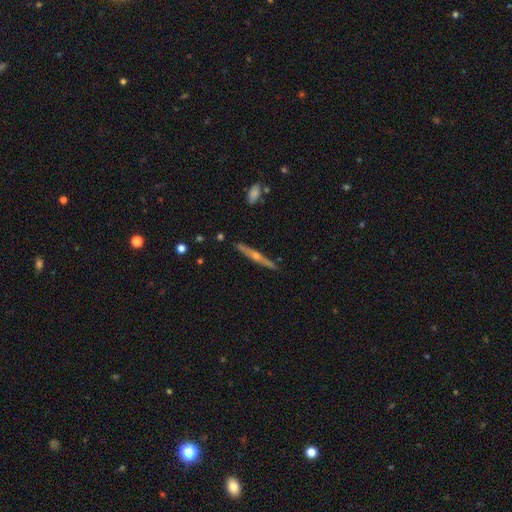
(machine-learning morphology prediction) smooth-or-featured: featured or disk: 65% | smooth: 22% | star or artifact: 13%
  disk-edge-on: yes: 92% | no: 8%
    edge-on-bulge: rounded: 82% | none: 12% | boxy: 6%
  merging: none: 83% | minor disturbance: 11% | major disturbance: 3% | merger: 3%